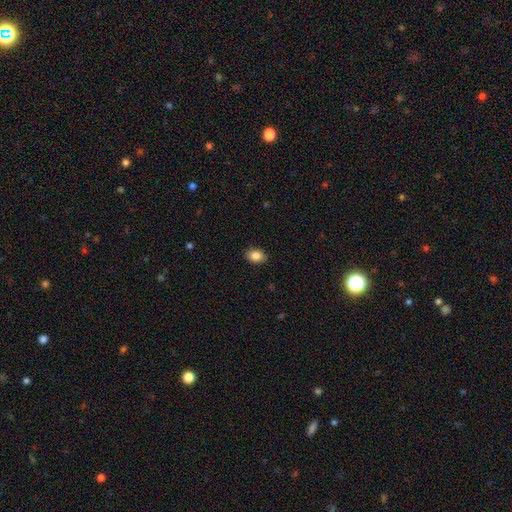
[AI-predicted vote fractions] Smooth or featured? smooth (86%)
How rounded? in between (77%)
Merging? none (89%)